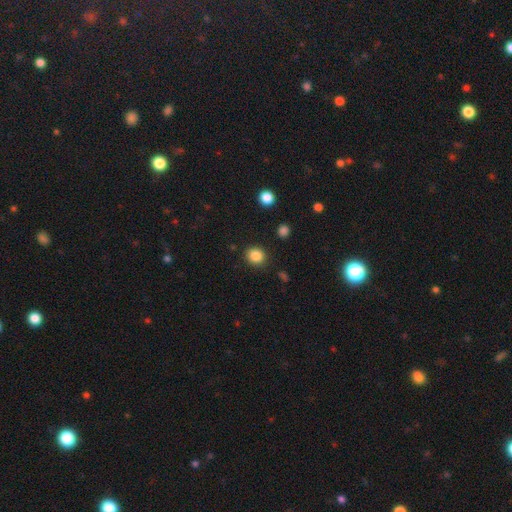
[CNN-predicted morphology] A smooth galaxy with no disk features (85%) that is round (85%). Merging: none (88%).